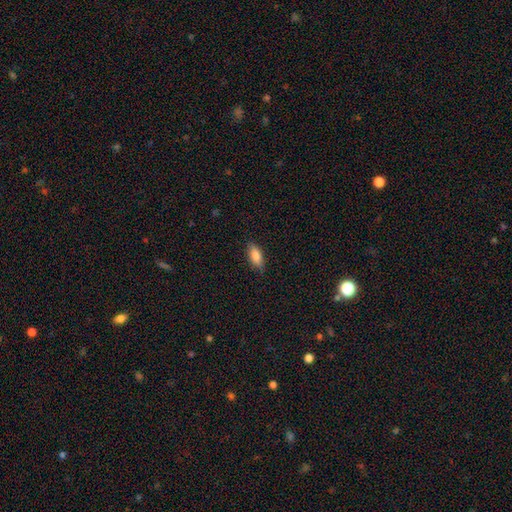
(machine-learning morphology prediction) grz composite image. It shows a smooth galaxy with no disk features (83%) that is in between round and cigar-shaped (83%). Merging: none (85%).